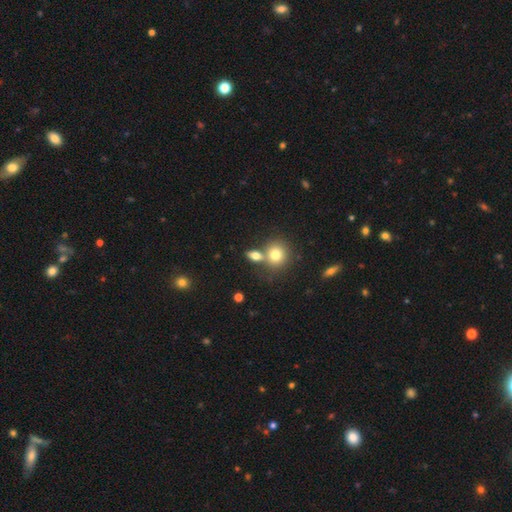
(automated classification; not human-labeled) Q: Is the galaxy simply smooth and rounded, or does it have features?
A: smooth — 75%.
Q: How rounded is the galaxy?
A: in between — 63%.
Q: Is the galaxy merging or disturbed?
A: none — 50%.